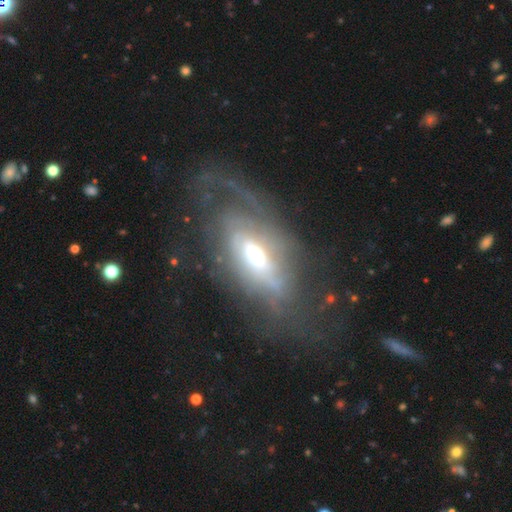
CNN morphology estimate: featured or disk 77%, smooth 16%, star or artifact 7%. Down the decision tree: edge-on disk — no (86%); bar — no (50%); spiral arms — yes (75%); bulge size — moderate (55%); merging — none (53%).